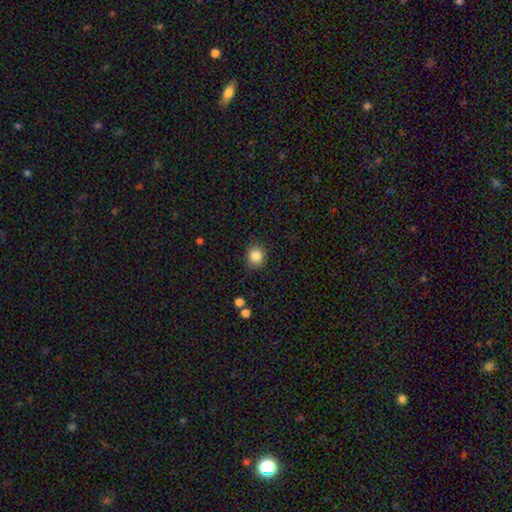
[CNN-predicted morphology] Overall: smooth (84%). How rounded: round (82%). Merging: none (87%).